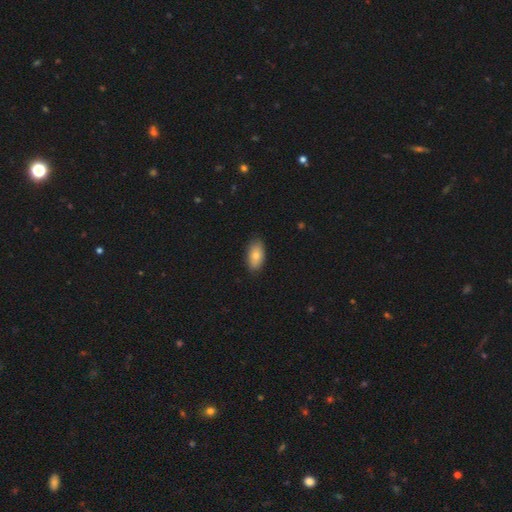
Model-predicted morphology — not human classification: This appears to be a smooth galaxy with no disk features (79%) that is in between round and cigar-shaped (93%). Merging: none (86%).